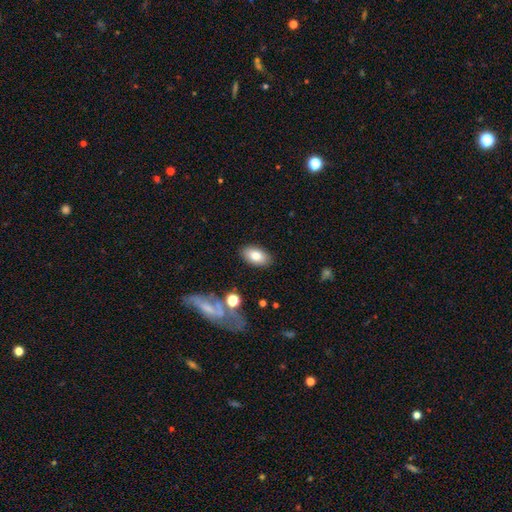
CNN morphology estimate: Smooth or featured? Predicted: smooth (p=0.79). How rounded? Predicted: in between (p=0.92). Merging? Predicted: none (p=0.85).